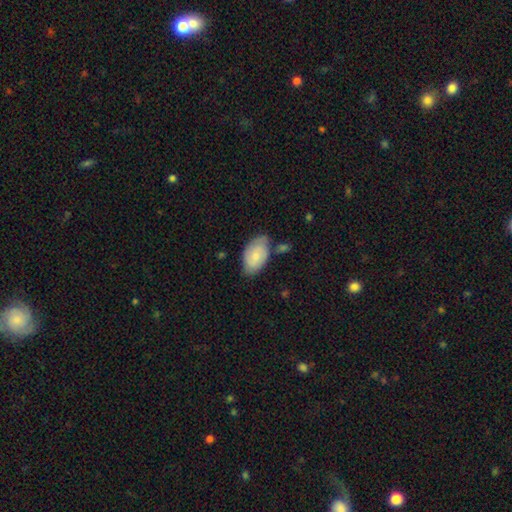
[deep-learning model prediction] Overall: smooth (65%; featured or disk 29%). How rounded: in between (93%). Merging: none (61%; minor disturbance 25%).